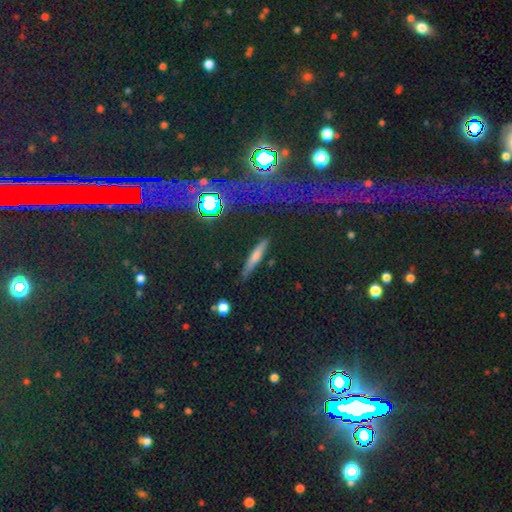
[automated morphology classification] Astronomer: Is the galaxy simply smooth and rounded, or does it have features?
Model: smooth — 49% (runner-up: featured or disk, 37%).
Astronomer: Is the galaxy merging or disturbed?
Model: none — 86%.